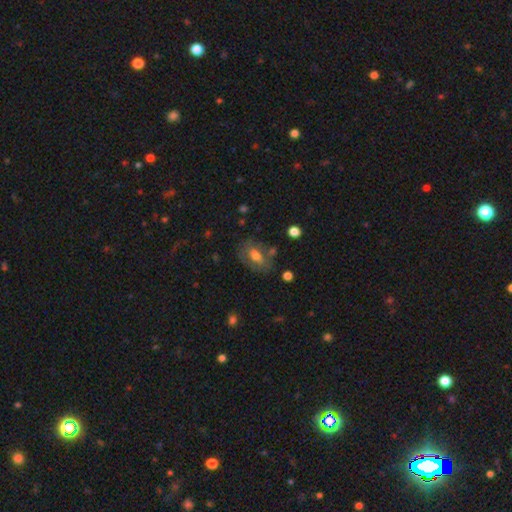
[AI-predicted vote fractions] A smooth galaxy with no disk features (57%) that is in between round and cigar-shaped (82%). Merging: none (65%).